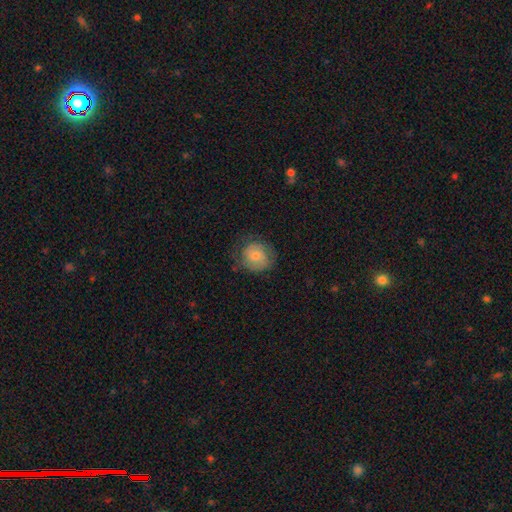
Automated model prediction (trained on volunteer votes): This appears to be a smooth galaxy with no disk features (56%) that is round (82%). Merging: none (68%).